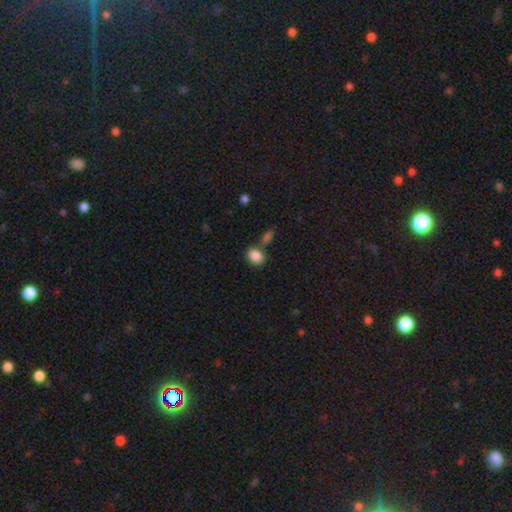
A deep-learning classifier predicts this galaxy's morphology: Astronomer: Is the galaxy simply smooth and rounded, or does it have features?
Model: smooth — 87%.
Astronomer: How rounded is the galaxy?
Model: in between — 55% (runner-up: round, 44%).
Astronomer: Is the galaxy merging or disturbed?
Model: none — 59%.